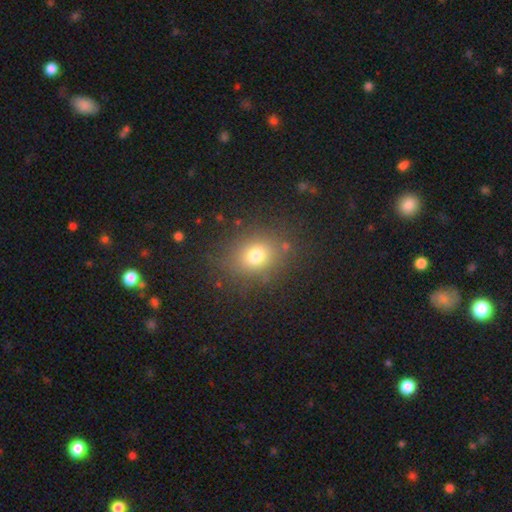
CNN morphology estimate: smooth-or-featured: smooth: 74% | star or artifact: 16% | featured or disk: 10%
  how-rounded: round: 53% | in between: 46% | cigar-shaped: 1%
  merging: none: 83% | minor disturbance: 11% | major disturbance: 5% | merger: 2%